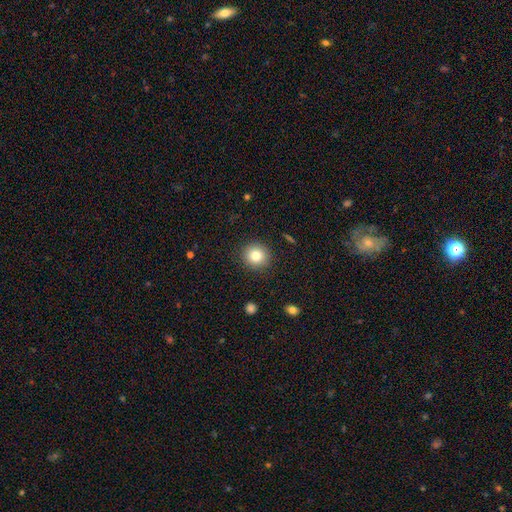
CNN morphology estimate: type=smooth (80%); roundness=round (91%); merging=none (91%).